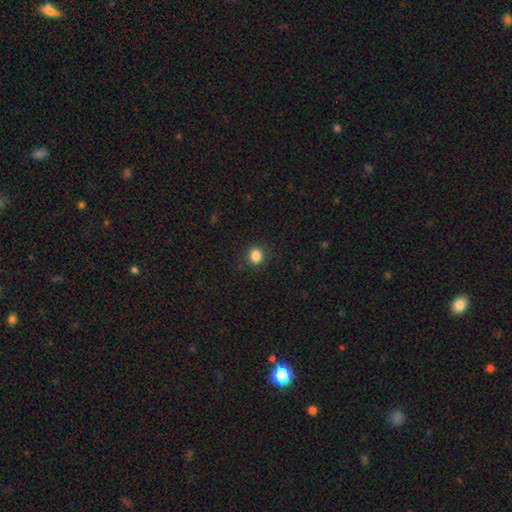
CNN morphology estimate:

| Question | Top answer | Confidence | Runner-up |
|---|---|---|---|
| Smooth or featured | smooth | 86% | star or artifact (11%) |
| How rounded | round | 61% | in between (38%) |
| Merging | none | 87% | minor disturbance (9%) |